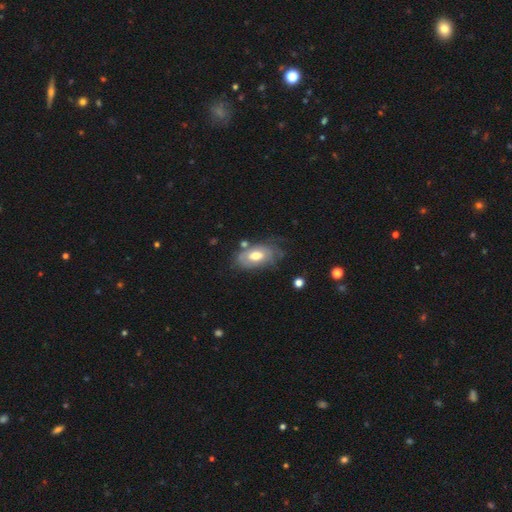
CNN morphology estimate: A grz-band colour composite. It shows a featured or disk galaxy (53%). Merging: none (52%).